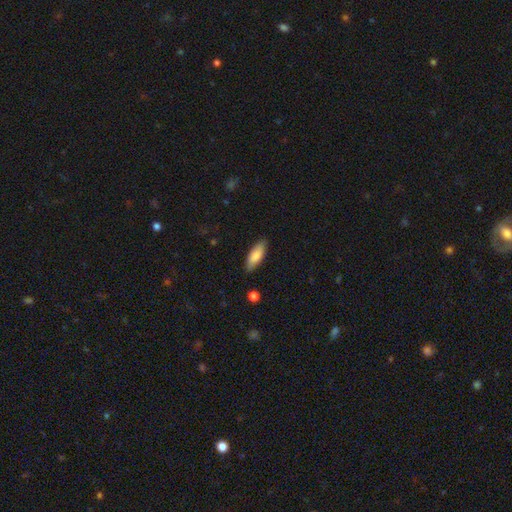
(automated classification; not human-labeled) smooth-or-featured: smooth: 82% | featured or disk: 12% | star or artifact: 6%
  how-rounded: in between: 70% | cigar-shaped: 29% | round: 2%
  merging: none: 86% | minor disturbance: 11% | major disturbance: 2% | merger: 1%